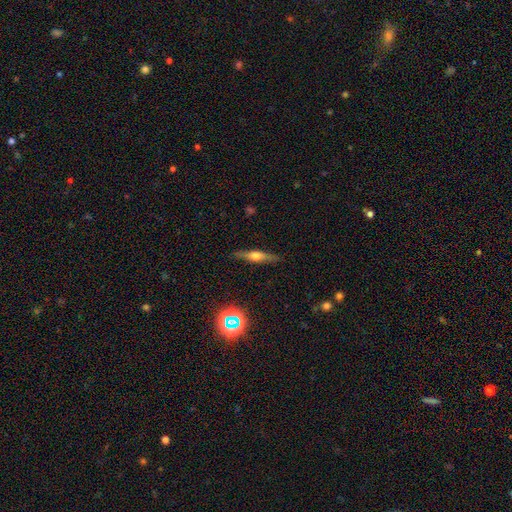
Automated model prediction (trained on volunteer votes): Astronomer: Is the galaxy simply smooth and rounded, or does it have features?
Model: featured or disk — 59%.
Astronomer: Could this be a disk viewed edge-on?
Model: yes — 95%.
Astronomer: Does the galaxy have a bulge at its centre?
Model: rounded — 88%.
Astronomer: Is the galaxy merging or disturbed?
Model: none — 87%.